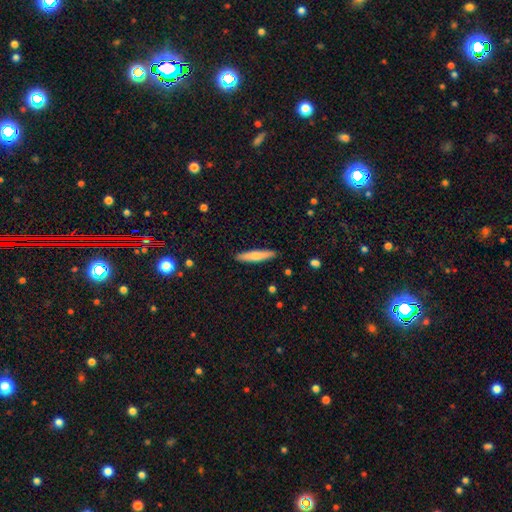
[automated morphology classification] Smooth or featured? smooth (69%)
How rounded? cigar-shaped (87%)
Merging? none (90%)